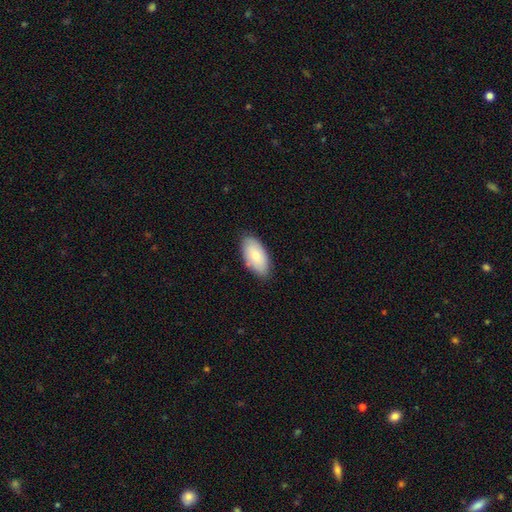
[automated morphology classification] Smooth or featured? Predicted: smooth (p=0.75). How rounded? Predicted: in between (p=0.94). Merging? Predicted: none (p=0.82).